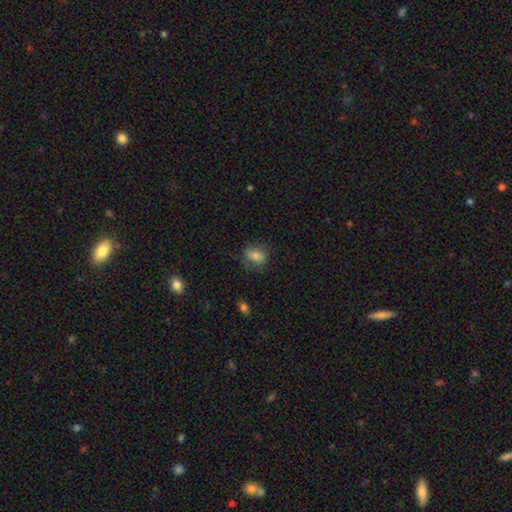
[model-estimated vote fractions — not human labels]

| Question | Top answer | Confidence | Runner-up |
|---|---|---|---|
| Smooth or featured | smooth | 73% | featured or disk (17%) |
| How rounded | in between | 52% | round (47%) |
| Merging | none | 72% | minor disturbance (19%) |